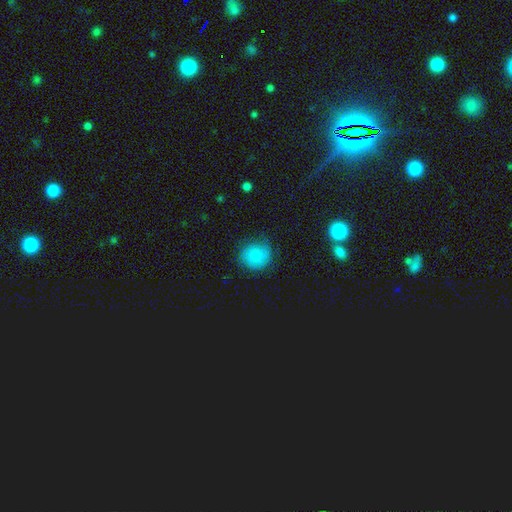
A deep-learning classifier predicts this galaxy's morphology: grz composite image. It shows a smooth galaxy with no disk features (78%) that is round (87%). Merging: none (66%).